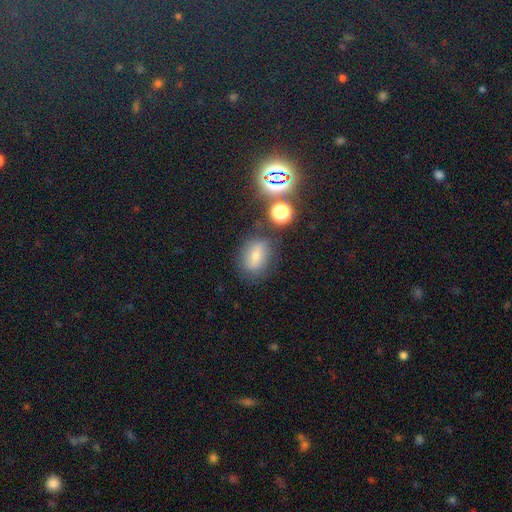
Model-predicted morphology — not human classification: Q: Smooth or featured?
A: smooth (60%); runner-up: star or artifact (20%)
Q: How rounded?
A: in between (62%); runner-up: round (35%)
Q: Merging?
A: none (72%); runner-up: minor disturbance (16%)